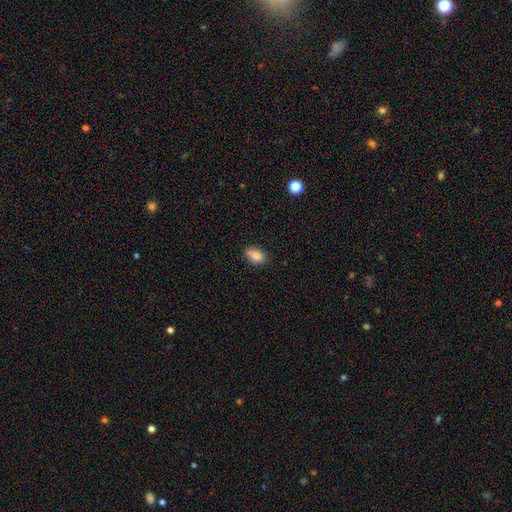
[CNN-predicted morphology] smooth_or_featured: smooth (p=0.84) [alt: star or artifact p=0.09]
how_rounded: in between (p=0.83) [alt: round p=0.14]
merging: none (p=0.71) [alt: minor disturbance p=0.22]